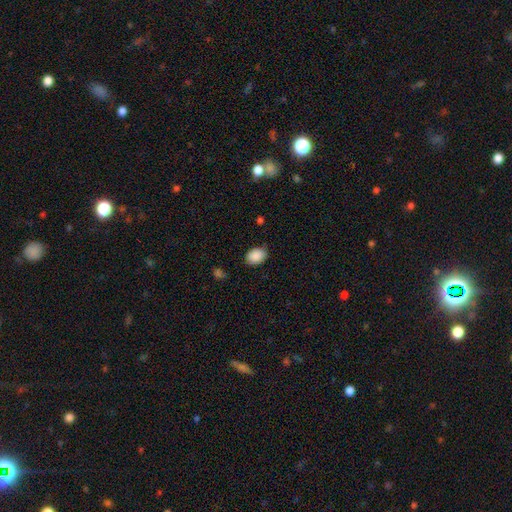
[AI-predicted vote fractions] smooth_or_featured: smooth (p=0.89) [alt: star or artifact p=0.07]
how_rounded: in between (p=0.73) [alt: round p=0.27]
merging: none (p=0.79) [alt: minor disturbance p=0.17]